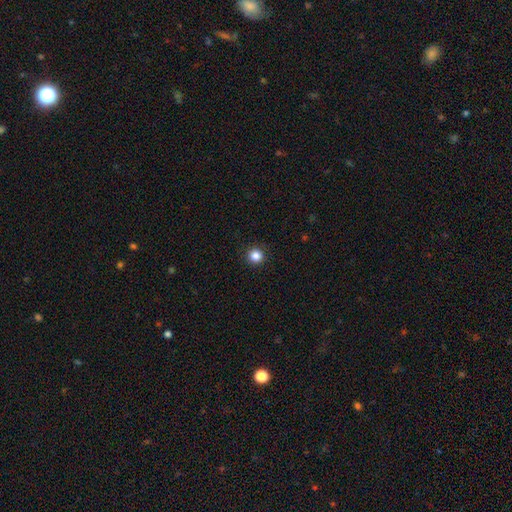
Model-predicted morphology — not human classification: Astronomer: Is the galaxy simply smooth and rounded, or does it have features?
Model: smooth — 85%.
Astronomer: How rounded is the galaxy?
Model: round — 95%.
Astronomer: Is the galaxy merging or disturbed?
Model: none — 93%.